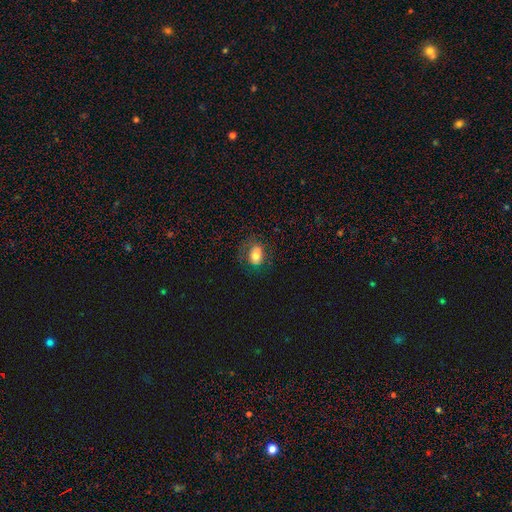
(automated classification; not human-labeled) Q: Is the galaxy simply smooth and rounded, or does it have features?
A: smooth — 68%.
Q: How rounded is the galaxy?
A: in between — 74%.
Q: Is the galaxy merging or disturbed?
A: none — 67%.